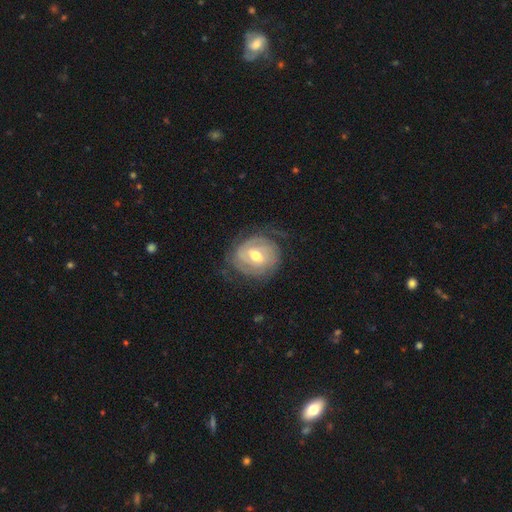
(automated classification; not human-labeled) Morphology: type=featured or disk (78%); edge-on=no (97%); bar=weak (50%); spiral arms=yes (87%); winding=tight (68%); arm count=2 (41%); bulge=moderate (73%); merging=none (69%).